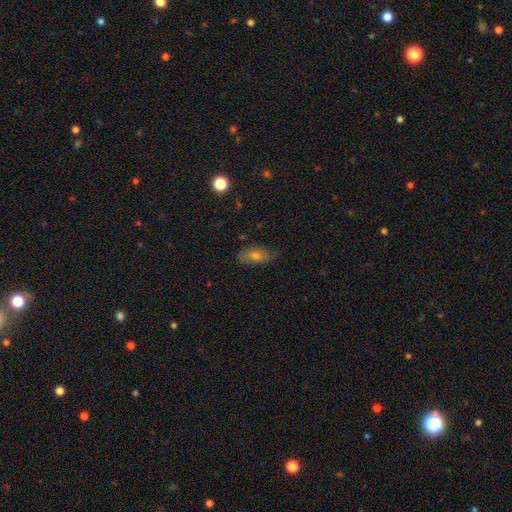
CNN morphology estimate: Smooth or featured?
  - smooth: 56% *
  - featured or disk: 31%
  - star or artifact: 13%
How rounded?
  - in between: 79% *
  - cigar-shaped: 14%
  - round: 7%
Merging?
  - none: 71% *
  - minor disturbance: 22%
  - major disturbance: 6%
  - merger: 2%